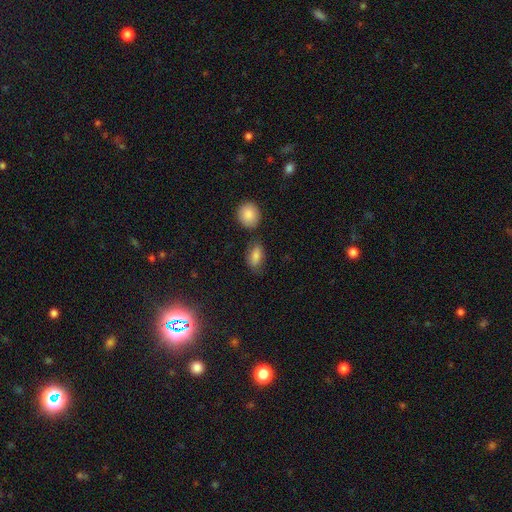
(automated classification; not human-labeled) smooth 81%, featured or disk 11%, star or artifact 9%. Down the decision tree: how rounded — in between (87%); merging — none (65%).